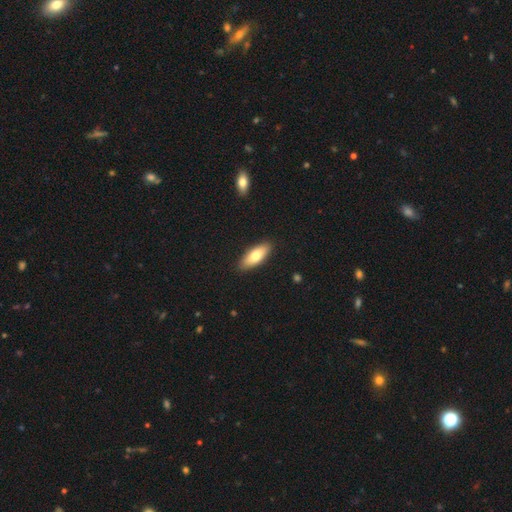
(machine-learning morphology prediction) This is likely a smooth galaxy (74%). How rounded: likely in between (72%). Merging: clearly none (89%).